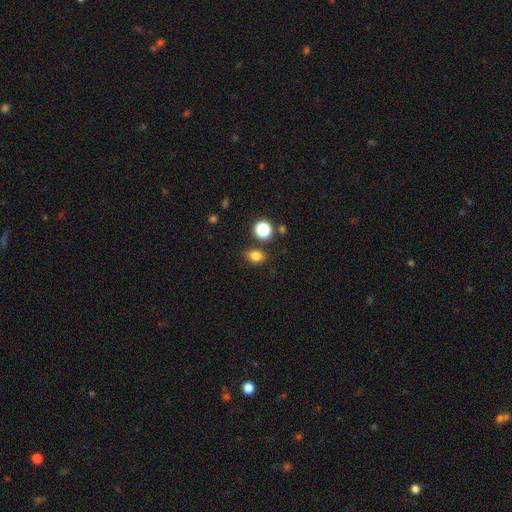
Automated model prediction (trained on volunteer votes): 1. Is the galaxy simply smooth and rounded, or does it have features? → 80% smooth, 14% star or artifact, 6% featured or disk.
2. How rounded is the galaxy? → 63% in between, 36% round, 1% cigar-shaped.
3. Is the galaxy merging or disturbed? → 81% none, 11% minor disturbance, 5% merger, 3% major disturbance.